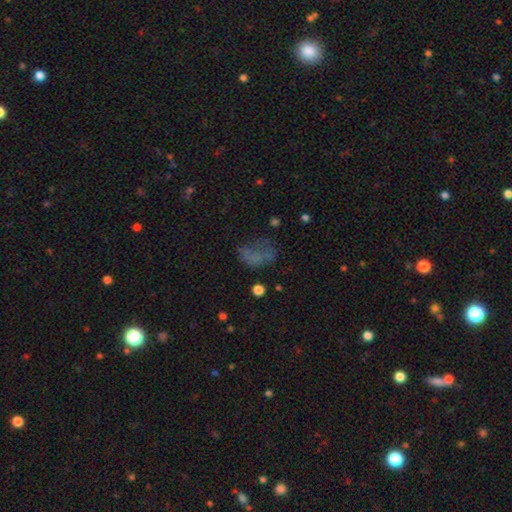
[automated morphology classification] Q: Smooth or featured?
A: smooth (50%); runner-up: featured or disk (26%)
Q: How rounded?
A: in between (78%); runner-up: round (19%)
Q: Merging?
A: major disturbance (37%); runner-up: none (36%)